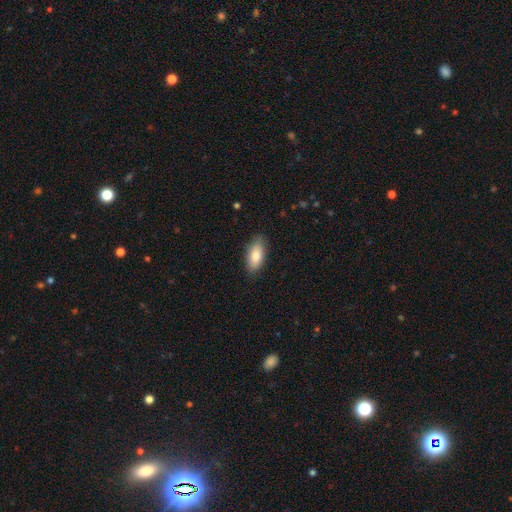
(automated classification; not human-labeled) Q: Smooth or featured?
A: smooth (84%); runner-up: featured or disk (10%)
Q: How rounded?
A: in between (87%); runner-up: cigar-shaped (11%)
Q: Merging?
A: none (86%); runner-up: minor disturbance (11%)